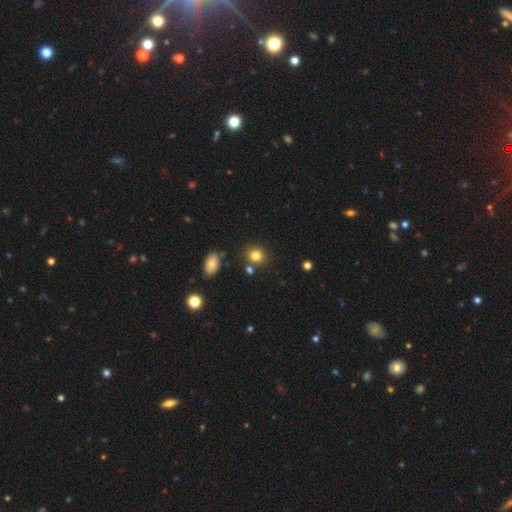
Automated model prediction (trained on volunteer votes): A smooth galaxy with no disk features (82%) that is round (77%). Merging: none (79%).